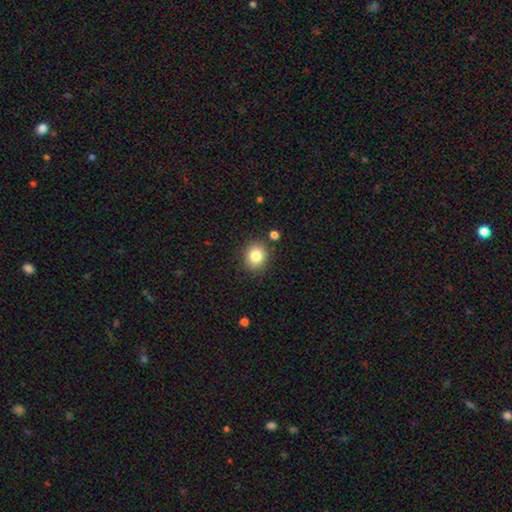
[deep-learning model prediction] The model was most divided on "how rounded": round: 74%, in between: 25%, cigar-shaped: 1%. More confident: merging — none (85%); smooth or featured — smooth (82%).